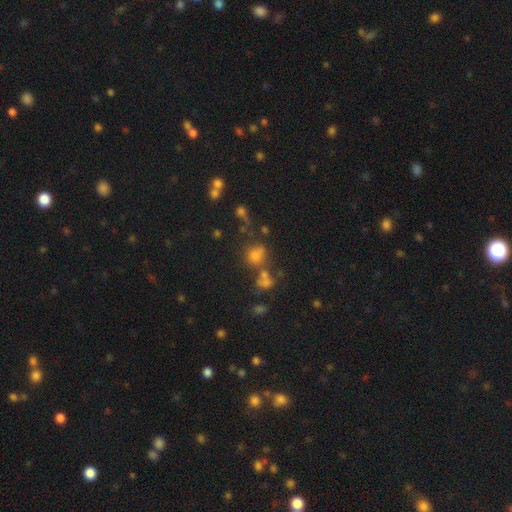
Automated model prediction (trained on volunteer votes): The model was most divided on "smooth or featured": smooth: 61%, star or artifact: 28%, featured or disk: 11%. More confident: how rounded — round (76%); merging — none (57%).